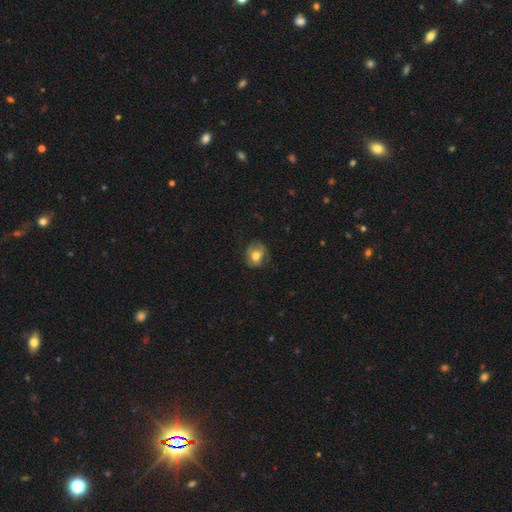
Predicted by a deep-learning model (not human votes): smooth_or_featured: smooth (p=0.68) [alt: featured or disk p=0.22]
how_rounded: round (p=0.61) [alt: in between p=0.38]
merging: none (p=0.70) [alt: minor disturbance p=0.22]